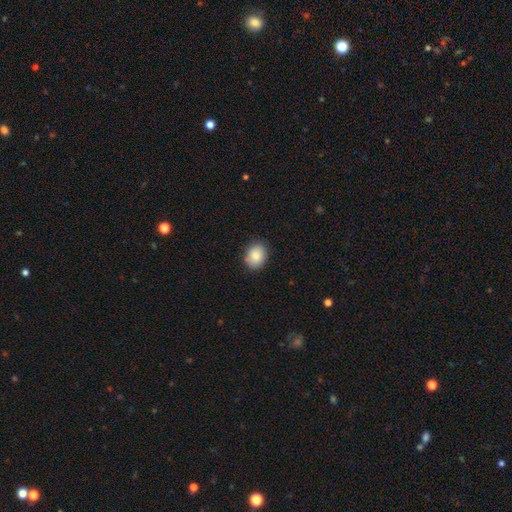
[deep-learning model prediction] smooth 83%, featured or disk 9%, star or artifact 8%. Down the decision tree: how rounded — in between (50%); merging — none (85%).